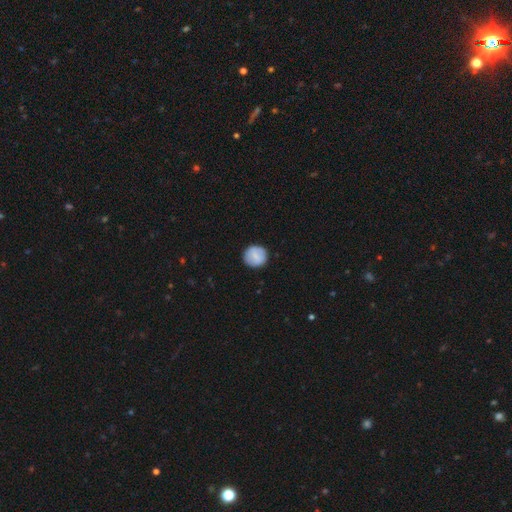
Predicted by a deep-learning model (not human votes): smooth 79%, featured or disk 14%, star or artifact 7%. Down the decision tree: how rounded — round (92%); merging — none (88%).